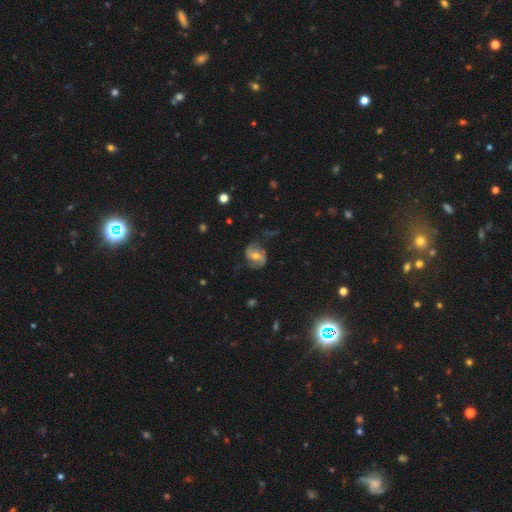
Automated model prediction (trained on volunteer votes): Smooth or featured? Predicted: featured or disk (p=0.63). Edge-on disk? Predicted: no (p=0.96). Bar? Predicted: weak (p=0.42). Spiral arms? Predicted: yes (p=0.82). Spiral winding? Predicted: loose (p=0.45). Spiral arm count? Predicted: 2 (p=0.85). Bulge size? Predicted: moderate (p=0.64). Merging? Predicted: none (p=0.66).